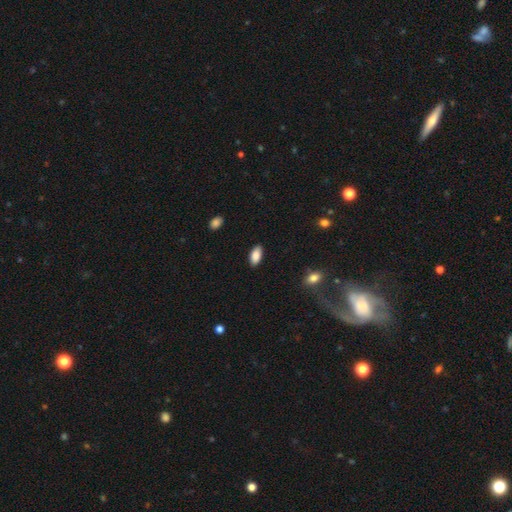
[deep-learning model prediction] This appears to be a smooth galaxy with no disk features (88%) that is in between round and cigar-shaped (90%). Merging: none (88%).